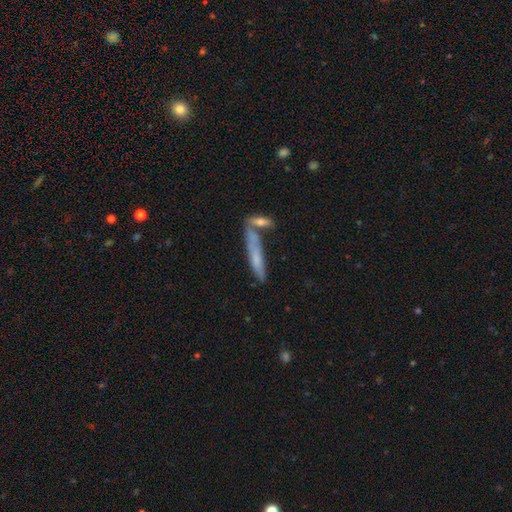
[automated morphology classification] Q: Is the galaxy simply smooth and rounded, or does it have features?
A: smooth — 58%.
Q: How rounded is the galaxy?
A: cigar-shaped — 86%.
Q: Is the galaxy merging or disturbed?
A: none — 55%.